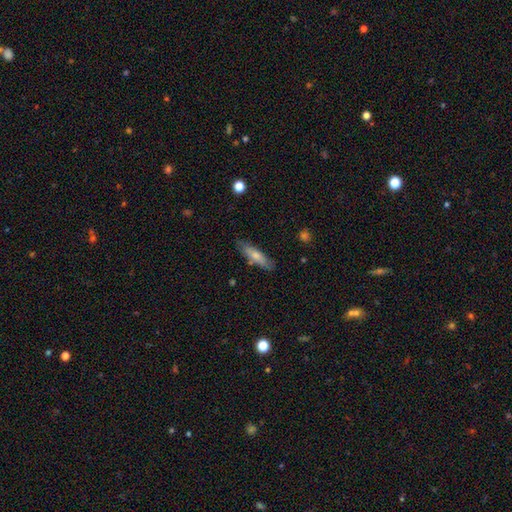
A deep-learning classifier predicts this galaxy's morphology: smooth_or_featured: smooth (p=0.68) [alt: featured or disk p=0.26]
how_rounded: cigar-shaped (p=0.68) [alt: in between p=0.30]
merging: none (p=0.80) [alt: minor disturbance p=0.14]